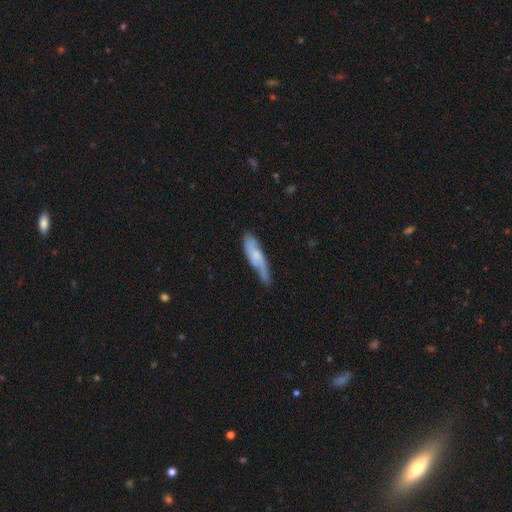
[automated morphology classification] Smooth or featured? featured or disk (47%, tied with smooth)
Merging? none (56%)